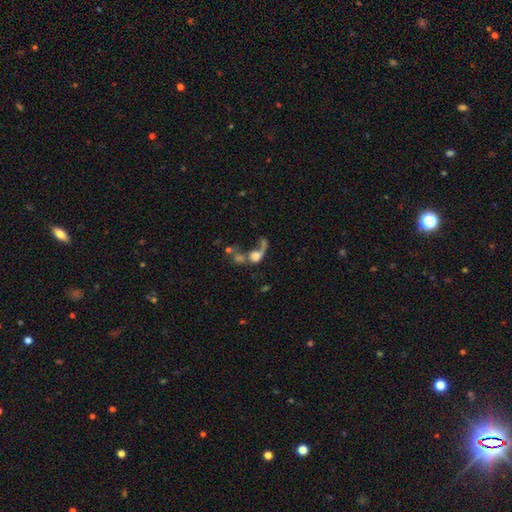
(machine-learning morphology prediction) A smooth galaxy with no disk features (47%). Merging: merger (44%).